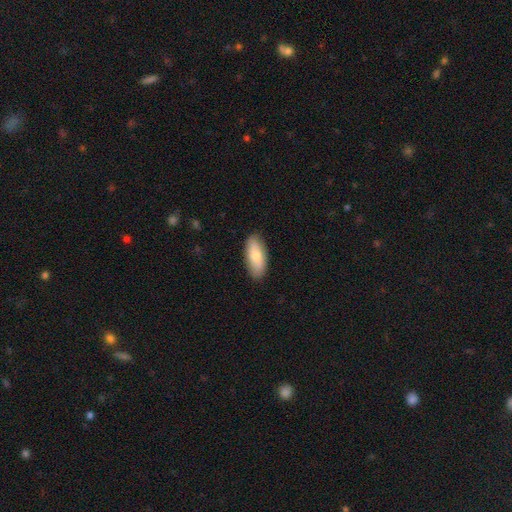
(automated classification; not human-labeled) Smooth or featured?
  - smooth: 79% *
  - featured or disk: 16%
  - star or artifact: 6%
How rounded?
  - in between: 84% *
  - cigar-shaped: 13%
  - round: 2%
Merging?
  - none: 87% *
  - minor disturbance: 10%
  - major disturbance: 2%
  - merger: 1%